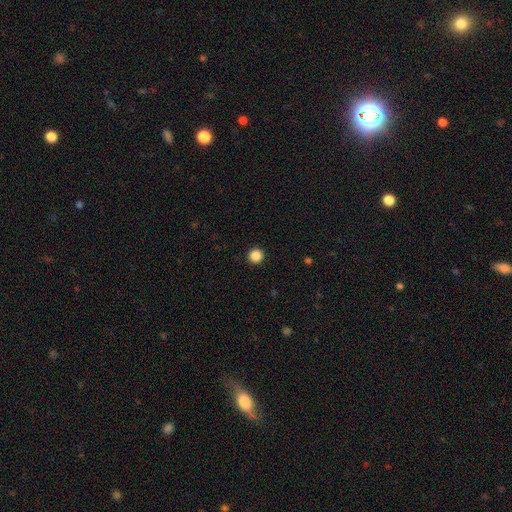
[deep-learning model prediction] This appears to be a smooth galaxy with no disk features (87%) that is round (96%). Merging: none (93%).